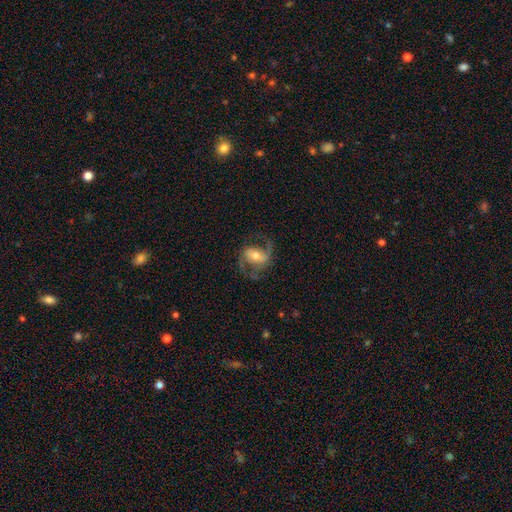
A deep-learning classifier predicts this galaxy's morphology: Overall: featured or disk (84%). Edge-on disk: no (97%). Bar: weak (41%; no 31%). Spiral arms: yes (95%). Spiral arm count: 2 (87%). Spiral winding: medium (52%; loose 37%). Bulge size: moderate (64%; small 25%). Merging: none (70%).